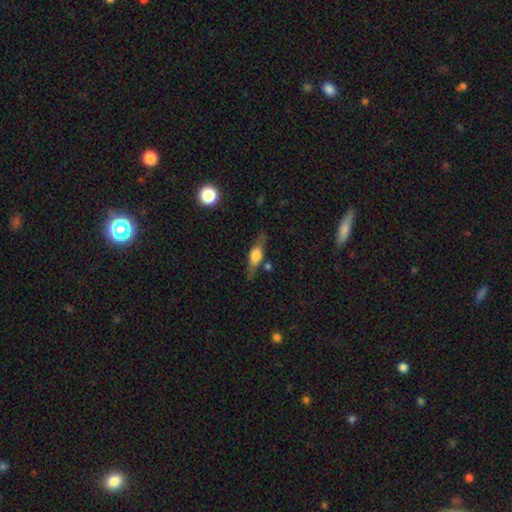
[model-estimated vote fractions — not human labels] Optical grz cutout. It shows a featured or disk galaxy (54%) viewed edge-on (90%). Merging: none (74%).